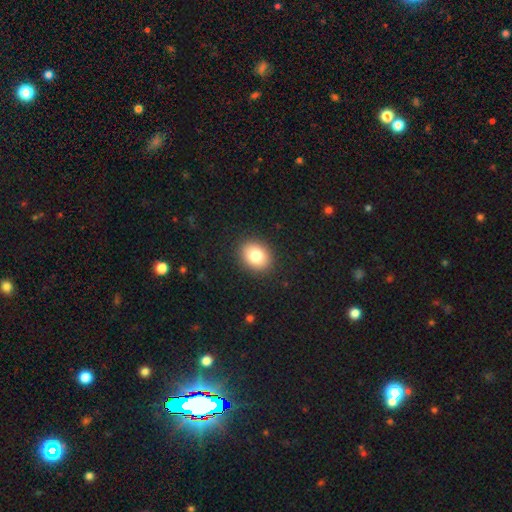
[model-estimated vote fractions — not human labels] Smooth or featured: smooth — 83% (star or artifact — 9%)
How rounded: in between — 54% (round — 45%)
Merging: none — 90% (minor disturbance — 7%)